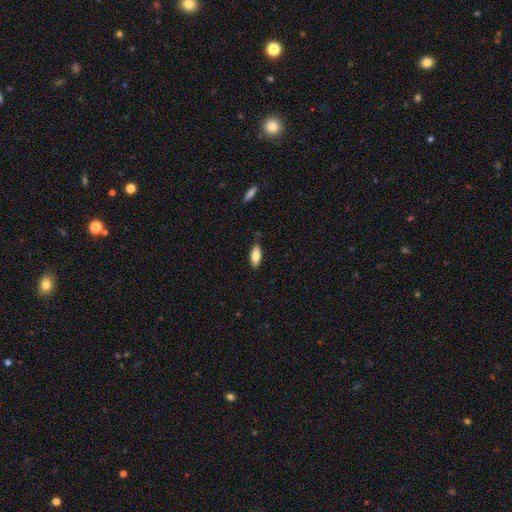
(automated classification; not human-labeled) smooth 76%, featured or disk 18%, star or artifact 6%. Down the decision tree: how rounded — in between (77%); merging — none (77%).